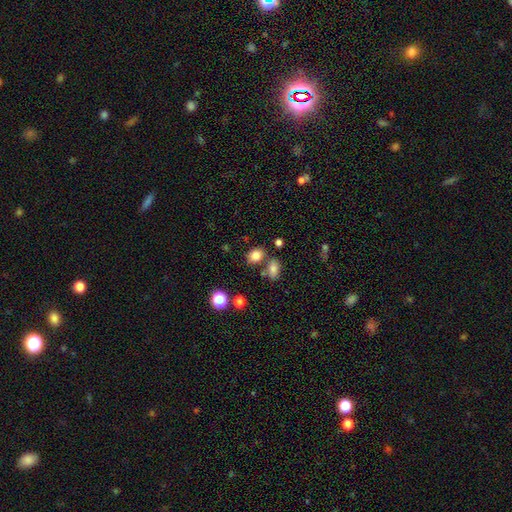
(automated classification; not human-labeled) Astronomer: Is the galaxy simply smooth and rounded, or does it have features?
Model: smooth — 81%.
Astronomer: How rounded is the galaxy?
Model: in between — 65%.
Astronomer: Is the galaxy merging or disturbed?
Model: none — 69%.